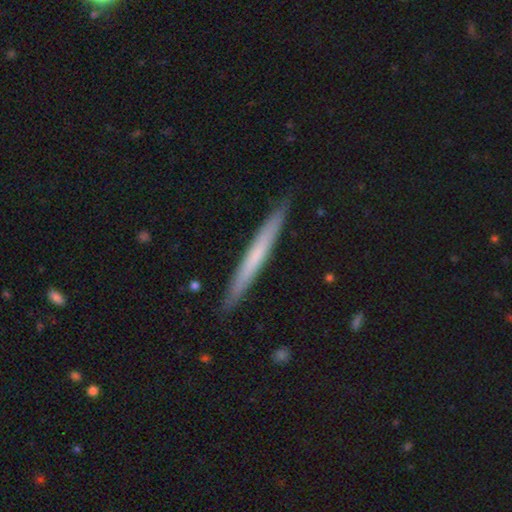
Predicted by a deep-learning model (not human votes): A smooth galaxy with no disk features (55%) that is cigar-shaped (97%). Merging: none (91%).